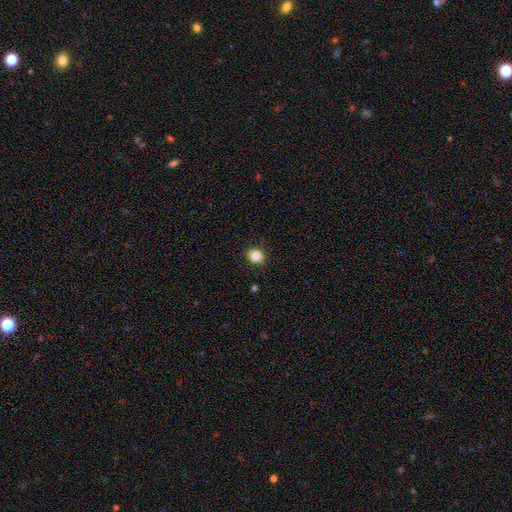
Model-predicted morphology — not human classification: Q: Smooth or featured?
A: smooth (84%); runner-up: star or artifact (11%)
Q: How rounded?
A: round (76%); runner-up: in between (23%)
Q: Merging?
A: none (86%); runner-up: minor disturbance (11%)